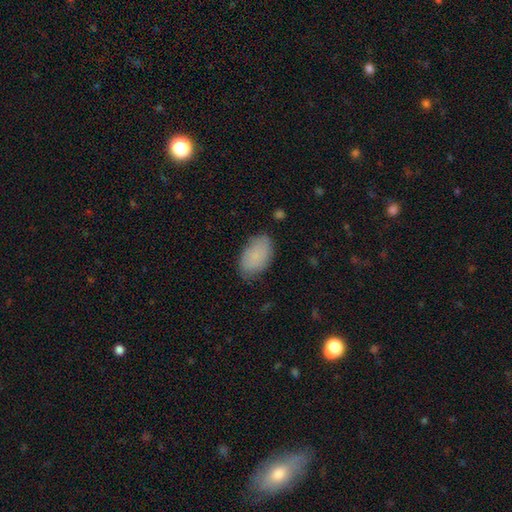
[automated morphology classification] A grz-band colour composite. It shows a smooth galaxy with no disk features (84%) that is in between round and cigar-shaped (93%). Merging: none (78%).